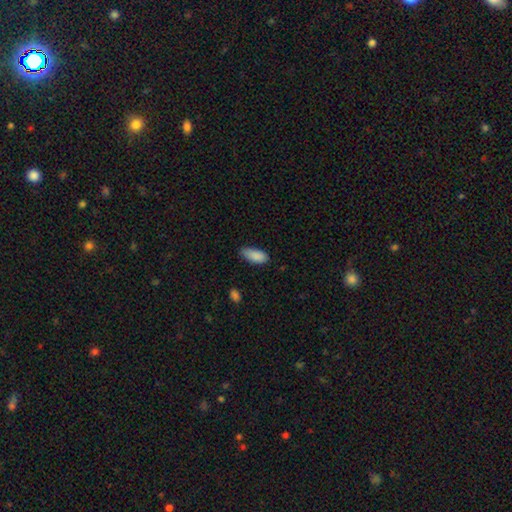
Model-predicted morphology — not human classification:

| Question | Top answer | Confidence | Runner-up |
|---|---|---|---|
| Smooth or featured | smooth | 88% | star or artifact (7%) |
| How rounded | in between | 86% | cigar-shaped (12%) |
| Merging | none | 64% | minor disturbance (30%) |